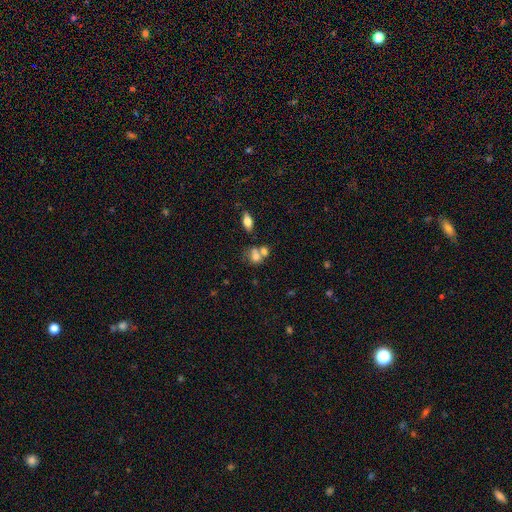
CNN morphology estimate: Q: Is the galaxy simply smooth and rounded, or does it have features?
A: smooth — 69%.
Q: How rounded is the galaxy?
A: in between — 53%.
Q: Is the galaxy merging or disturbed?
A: merger — 47%.